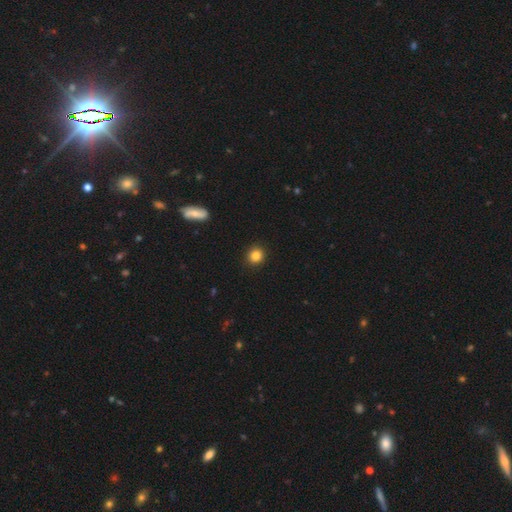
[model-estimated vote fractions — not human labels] smooth 85%, star or artifact 11%, featured or disk 5%. Down the decision tree: how rounded — round (89%); merging — none (91%).